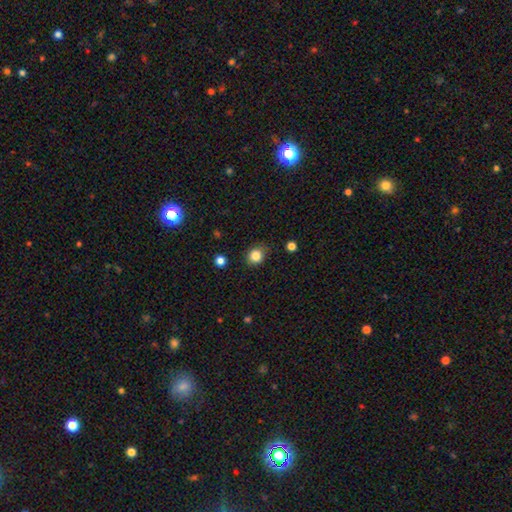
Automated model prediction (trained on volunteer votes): This appears to be a smooth galaxy with no disk features (84%) that is round (82%). Merging: none (81%).